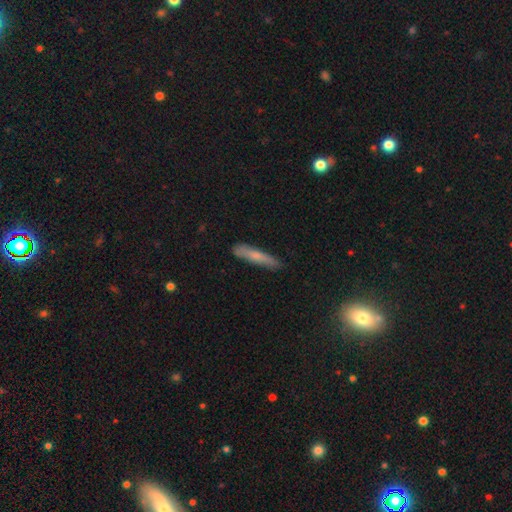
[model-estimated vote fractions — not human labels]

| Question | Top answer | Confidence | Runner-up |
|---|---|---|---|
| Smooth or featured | smooth | 66% | featured or disk (28%) |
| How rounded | cigar-shaped | 90% | in between (9%) |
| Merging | none | 82% | minor disturbance (14%) |